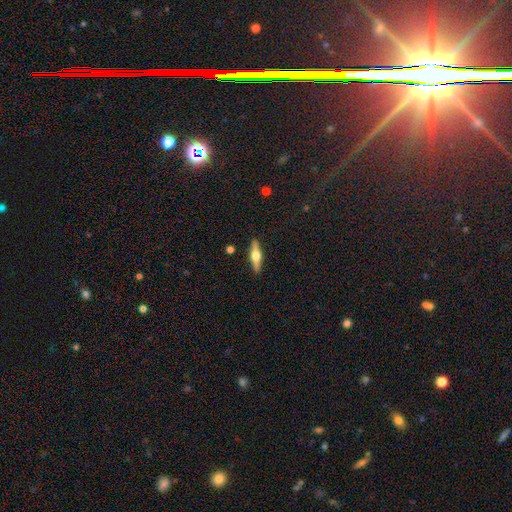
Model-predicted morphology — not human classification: This appears to be a featured or disk galaxy (68%) viewed edge-on (96%) with a rounded central bulge (95%). Merging: none (90%).